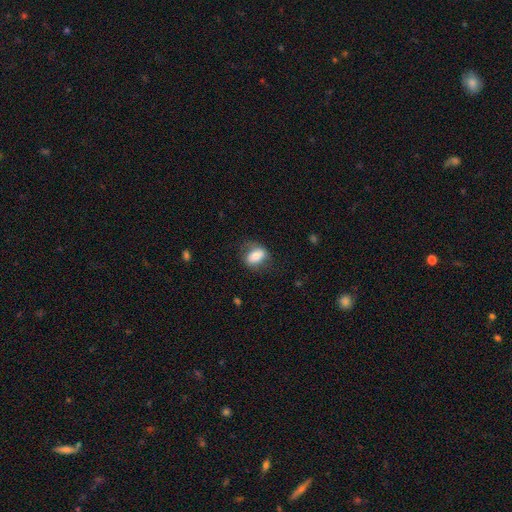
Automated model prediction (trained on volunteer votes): Smooth or featured: smooth — 65% (featured or disk — 27%)
How rounded: in between — 81% (round — 17%)
Merging: none — 64% (minor disturbance — 22%)